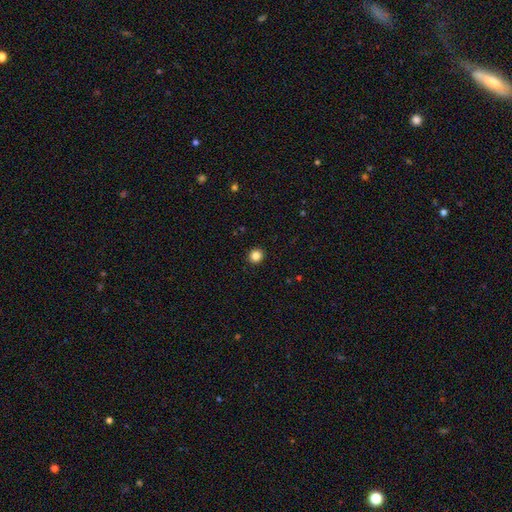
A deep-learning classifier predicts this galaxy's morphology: type=smooth (85%); roundness=round (91%); merging=none (93%).